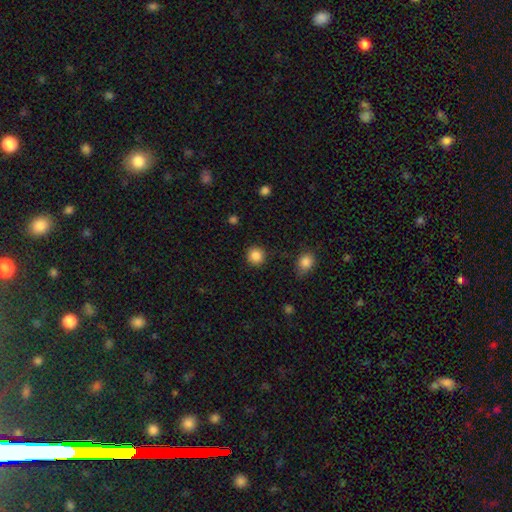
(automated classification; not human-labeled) smooth-or-featured: smooth: 87% | star or artifact: 10% | featured or disk: 3%
  how-rounded: round: 92% | in between: 7% | cigar-shaped: 1%
  merging: none: 89% | minor disturbance: 7% | major disturbance: 2% | merger: 2%